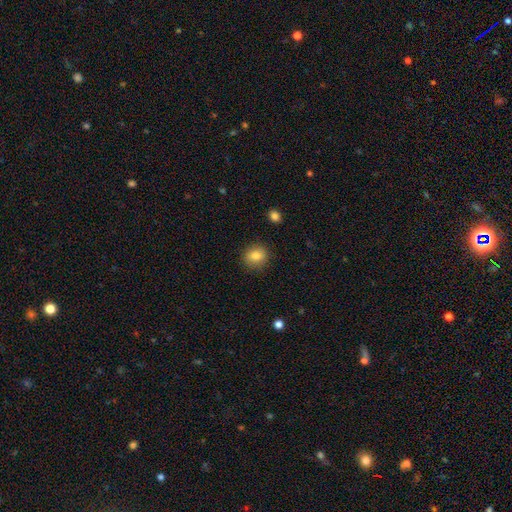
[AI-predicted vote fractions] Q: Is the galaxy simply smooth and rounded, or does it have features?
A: smooth — 84%.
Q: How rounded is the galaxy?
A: round — 76%.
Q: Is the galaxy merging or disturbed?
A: none — 88%.